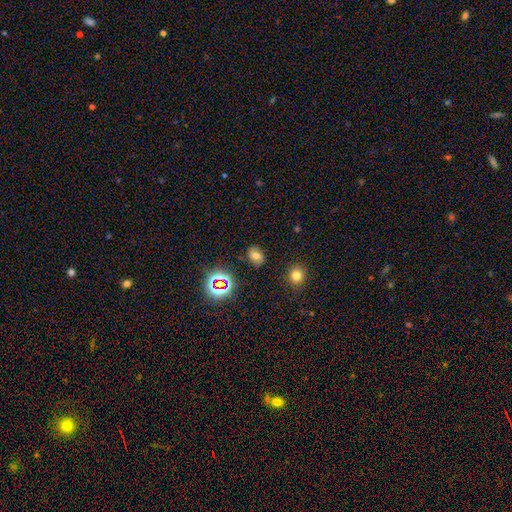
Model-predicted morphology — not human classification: Smooth or featured?
  - smooth: 53% *
  - star or artifact: 27%
  - featured or disk: 20%
How rounded?
  - in between: 58% *
  - round: 40%
  - cigar-shaped: 1%
Merging?
  - none: 80% *
  - minor disturbance: 14%
  - major disturbance: 4%
  - merger: 2%